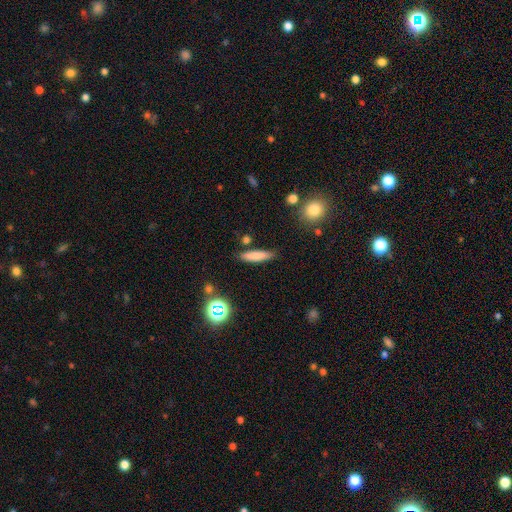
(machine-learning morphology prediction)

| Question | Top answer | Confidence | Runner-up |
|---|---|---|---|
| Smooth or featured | smooth | 79% | featured or disk (12%) |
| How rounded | cigar-shaped | 77% | in between (21%) |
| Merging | none | 83% | minor disturbance (10%) |